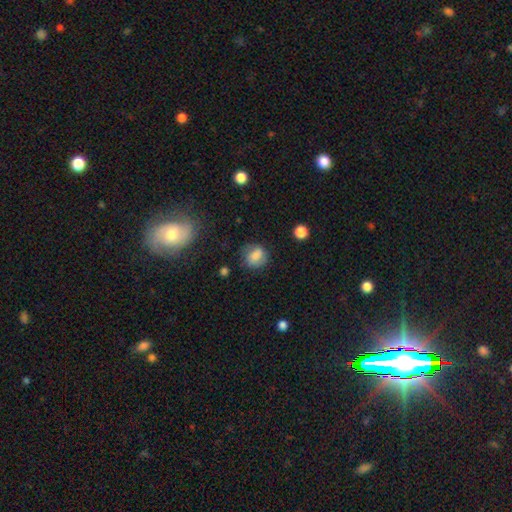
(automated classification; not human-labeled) Overall: smooth (74%). How rounded: round (59%; in between 39%). Merging: none (66%).